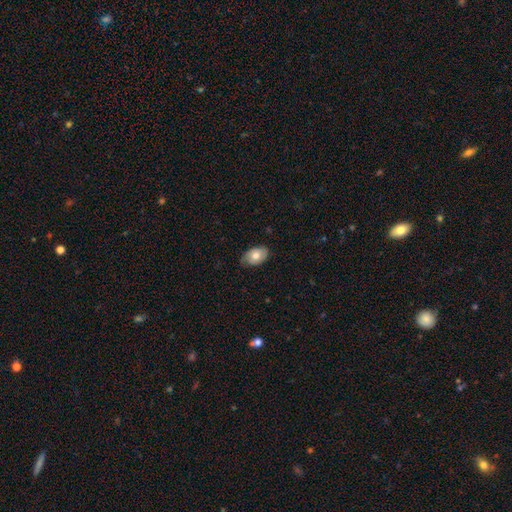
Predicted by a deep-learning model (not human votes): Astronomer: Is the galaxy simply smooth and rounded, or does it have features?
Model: smooth — 65%.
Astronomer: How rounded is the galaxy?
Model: in between — 88%.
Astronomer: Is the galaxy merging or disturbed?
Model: none — 73%.